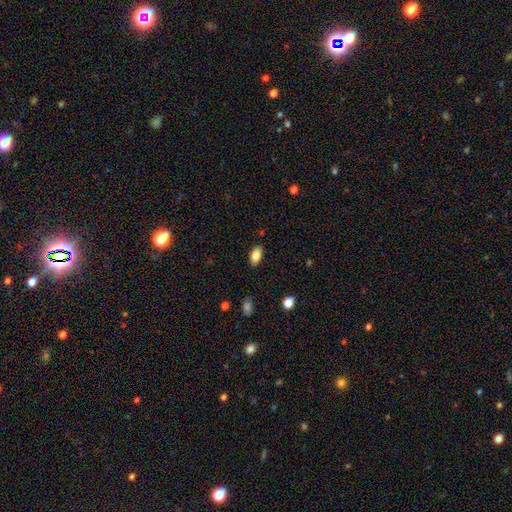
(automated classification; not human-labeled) Overall: smooth (84%). How rounded: in between (92%). Merging: none (86%).